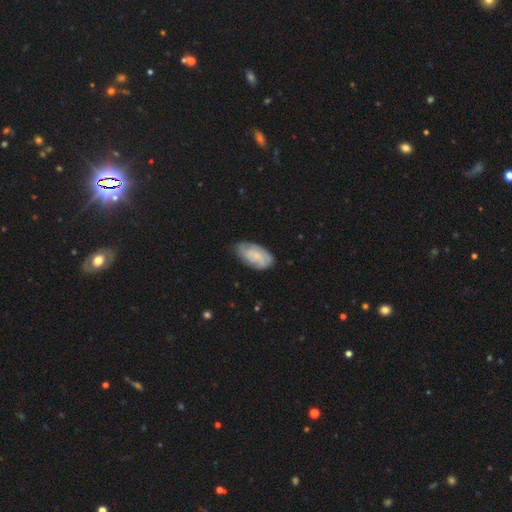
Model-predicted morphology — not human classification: Smooth or featured? featured or disk (53%)
Edge-on disk? no (95%)
Bar? no (71%)
Spiral arms? yes (86%)
Bulge size? small (58%)
Merging? none (69%)